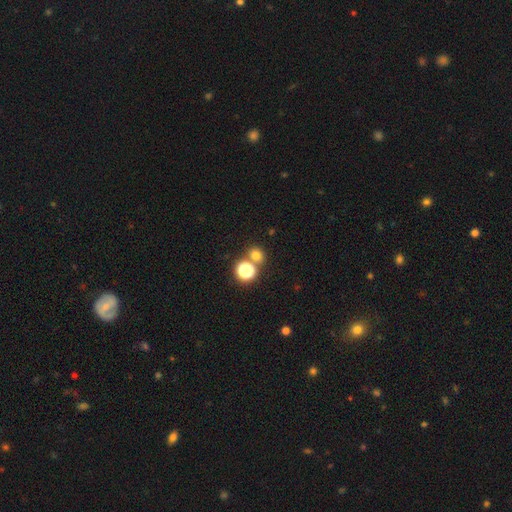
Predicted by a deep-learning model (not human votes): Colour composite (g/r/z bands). It shows a smooth galaxy with no disk features (72%) that is round (81%). Merging: none (70%).